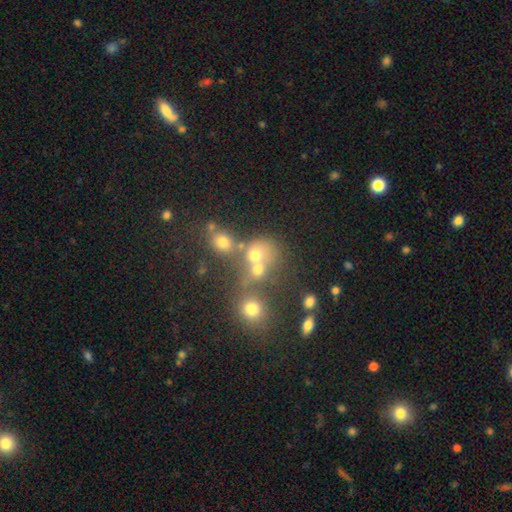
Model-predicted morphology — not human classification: This appears to be a smooth galaxy with no disk features (61%) that is round (72%). Merging: none (47%).